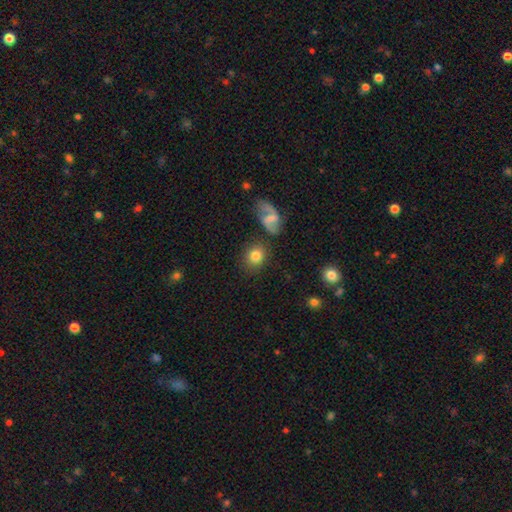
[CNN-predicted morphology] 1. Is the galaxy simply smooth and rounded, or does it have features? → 80% smooth, 12% featured or disk, 9% star or artifact.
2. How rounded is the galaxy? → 70% round, 29% in between, 1% cigar-shaped.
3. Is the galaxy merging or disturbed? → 77% none, 12% minor disturbance, 7% merger, 4% major disturbance.